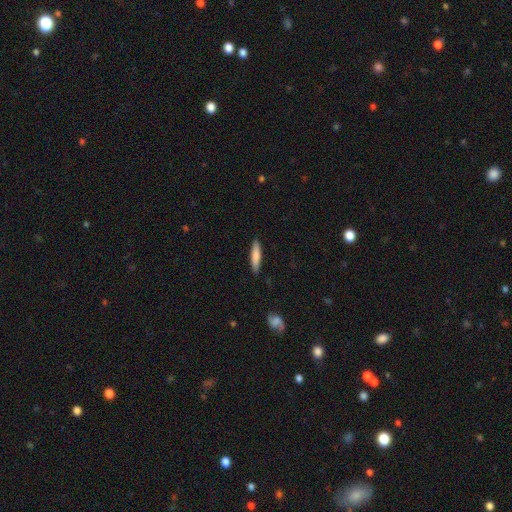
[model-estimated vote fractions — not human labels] Smooth or featured? Predicted: smooth (p=0.77). How rounded? Predicted: cigar-shaped (p=0.84). Merging? Predicted: none (p=0.88).